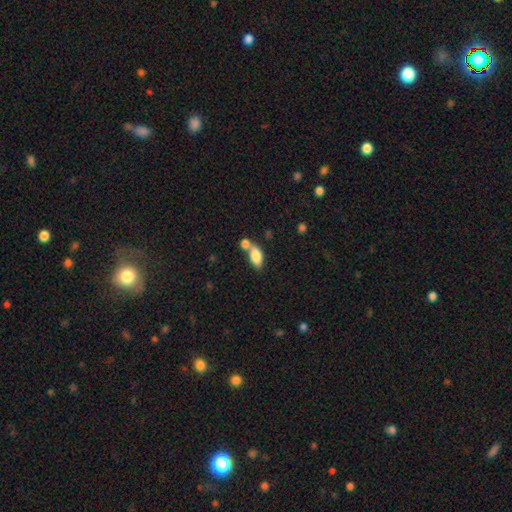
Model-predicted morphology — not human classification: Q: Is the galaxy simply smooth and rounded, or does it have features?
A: smooth — 82%.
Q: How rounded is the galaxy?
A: in between — 89%.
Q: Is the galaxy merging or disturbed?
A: merger — 47%.